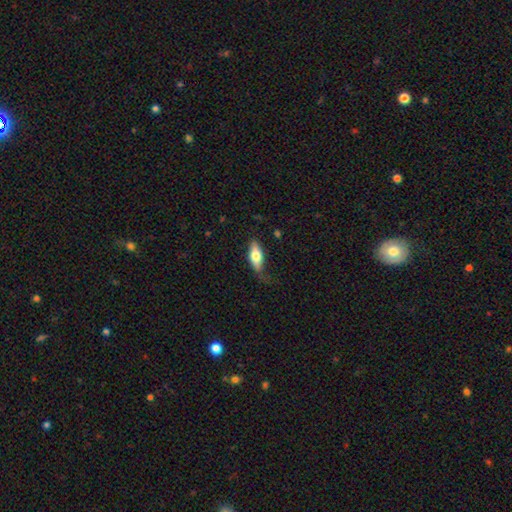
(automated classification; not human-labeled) Smooth or featured? smooth (69%)
How rounded? in between (75%)
Merging? none (53%)